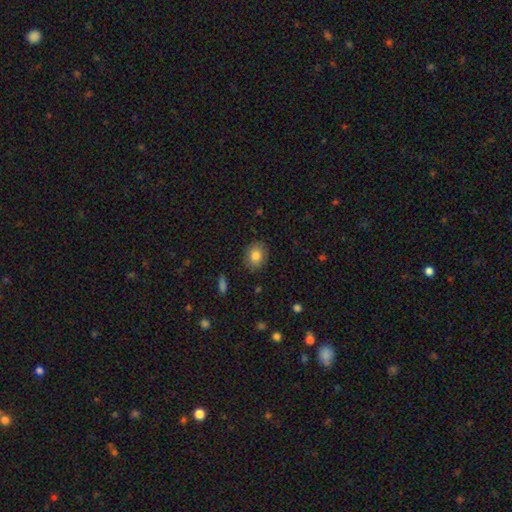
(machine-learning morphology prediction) Smooth or featured? smooth (81%)
How rounded? round (54%)
Merging? none (86%)